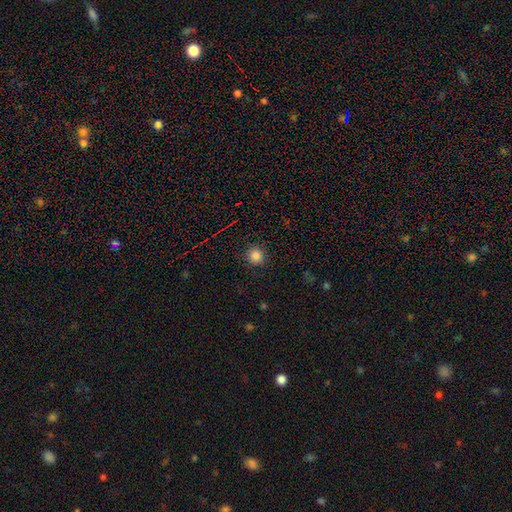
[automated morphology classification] smooth_or_featured: smooth (p=0.82) [alt: star or artifact p=0.13]
how_rounded: round (p=0.93) [alt: in between p=0.06]
merging: none (p=0.90) [alt: minor disturbance p=0.06]